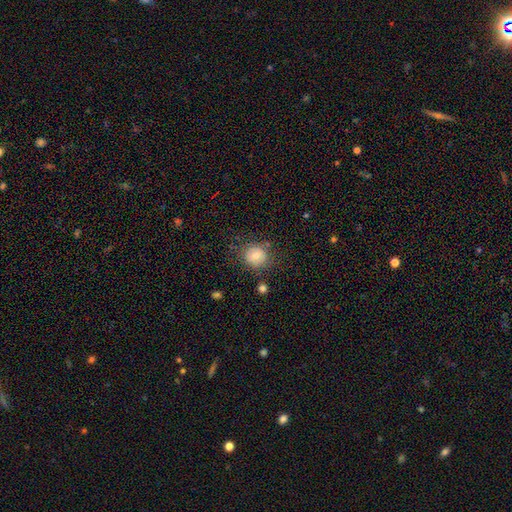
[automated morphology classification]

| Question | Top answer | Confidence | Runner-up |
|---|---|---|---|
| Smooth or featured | smooth | 79% | featured or disk (11%) |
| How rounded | round | 84% | in between (15%) |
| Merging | none | 79% | minor disturbance (13%) |